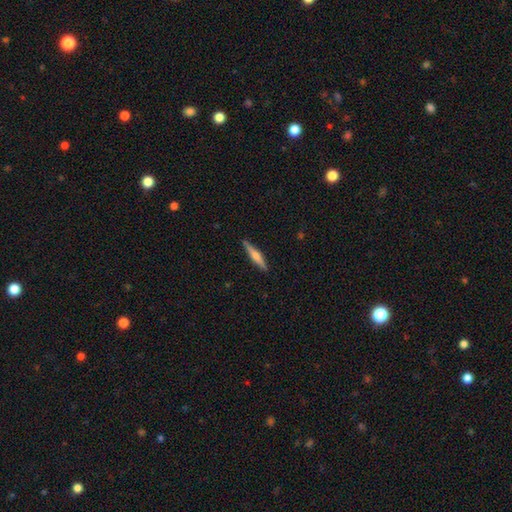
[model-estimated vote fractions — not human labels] Morphology: type=featured or disk (54%); edge-on=yes (97%); edge-on bulge=rounded (82%); merging=none (89%).